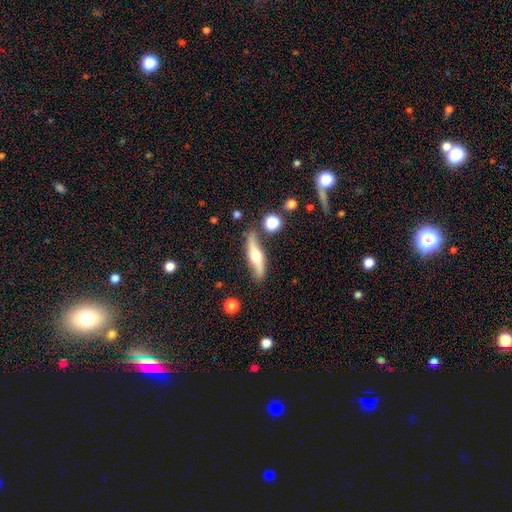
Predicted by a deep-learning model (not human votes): smooth_or_featured: featured or disk (p=0.55) [alt: smooth p=0.39]
disk_edge_on: yes (p=0.71) [alt: no p=0.29]
merging: none (p=0.76) [alt: minor disturbance p=0.16]